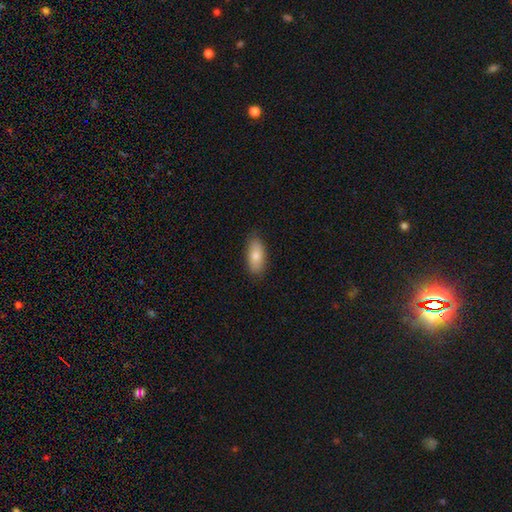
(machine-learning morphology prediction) smooth-or-featured: smooth: 79% | featured or disk: 15% | star or artifact: 7%
  how-rounded: in between: 85% | cigar-shaped: 12% | round: 3%
  merging: none: 85% | minor disturbance: 12% | major disturbance: 2% | merger: 1%